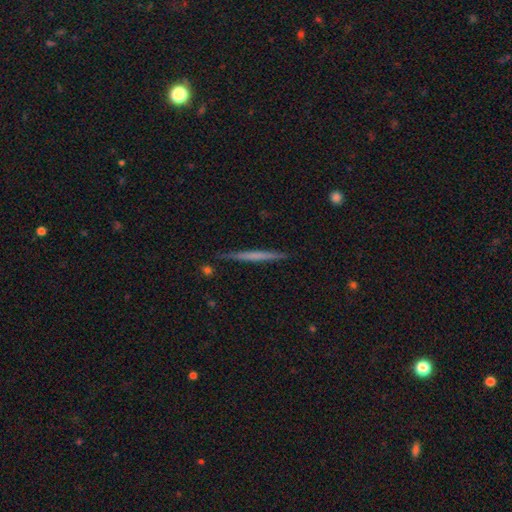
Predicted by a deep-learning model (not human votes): Q: Smooth or featured?
A: featured or disk (49%); runner-up: smooth (45%)
Q: Merging?
A: none (89%); runner-up: minor disturbance (8%)